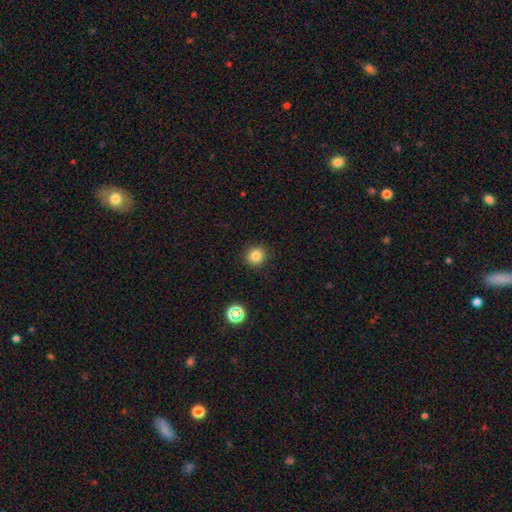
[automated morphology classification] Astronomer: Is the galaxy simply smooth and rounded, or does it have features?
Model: smooth — 82%.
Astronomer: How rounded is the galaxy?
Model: round — 90%.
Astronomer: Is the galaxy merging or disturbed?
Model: none — 91%.